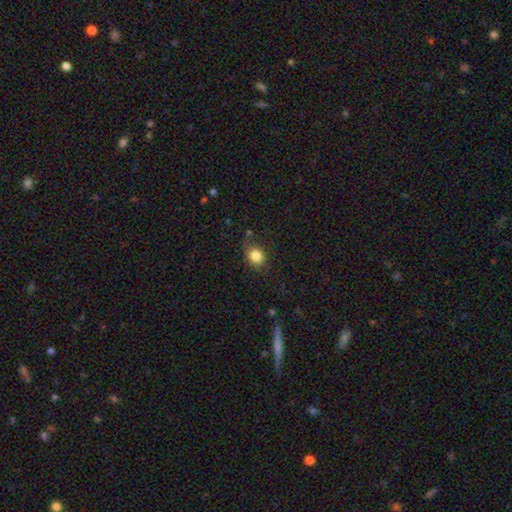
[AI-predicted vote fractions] This appears to be a smooth galaxy with no disk features (84%) that is round (55%). Merging: none (74%).